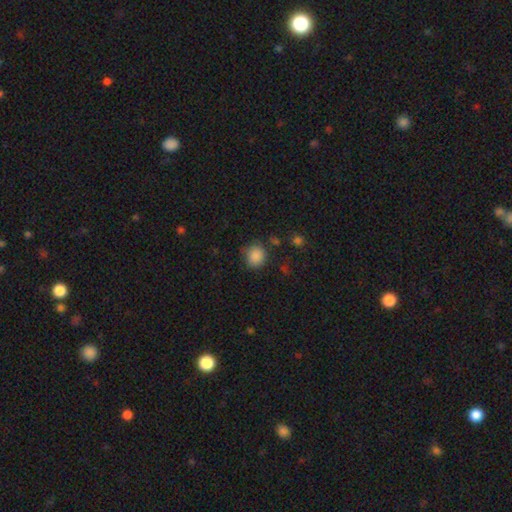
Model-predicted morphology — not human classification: A smooth galaxy with no disk features (87%) that is round (78%). Merging: none (78%).